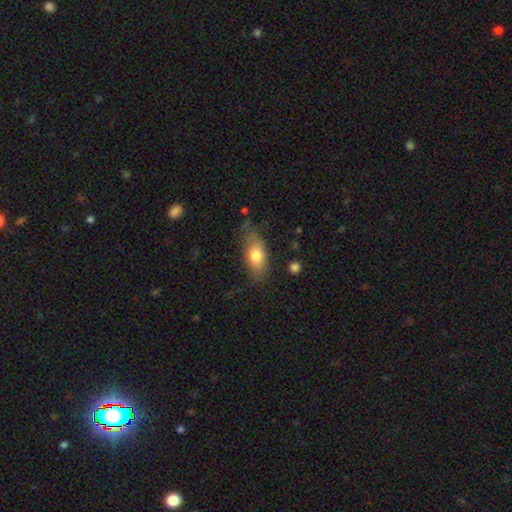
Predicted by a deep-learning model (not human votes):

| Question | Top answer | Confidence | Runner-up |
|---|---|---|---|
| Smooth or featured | smooth | 74% | featured or disk (19%) |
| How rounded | in between | 82% | cigar-shaped (12%) |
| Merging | none | 64% | minor disturbance (25%) |